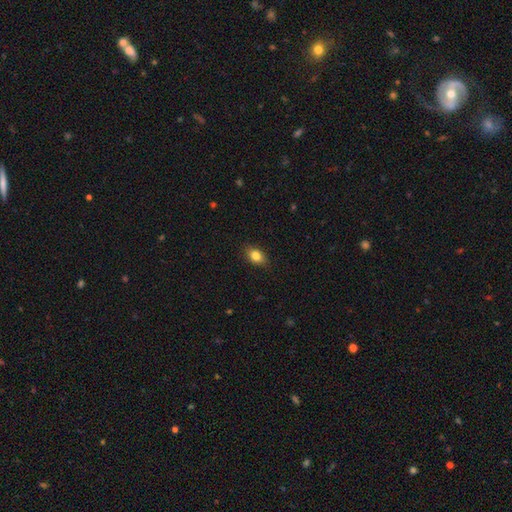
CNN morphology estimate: Q: Smooth or featured?
A: smooth (83%); runner-up: star or artifact (9%)
Q: How rounded?
A: in between (80%); runner-up: round (18%)
Q: Merging?
A: none (87%); runner-up: minor disturbance (10%)